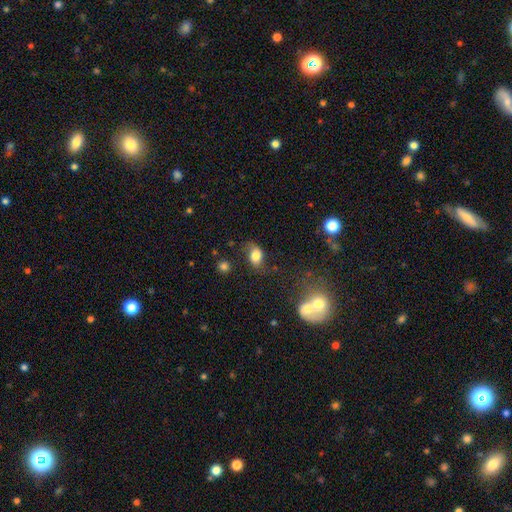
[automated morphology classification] Overall: smooth (75%). How rounded: in between (77%). Merging: none (66%).